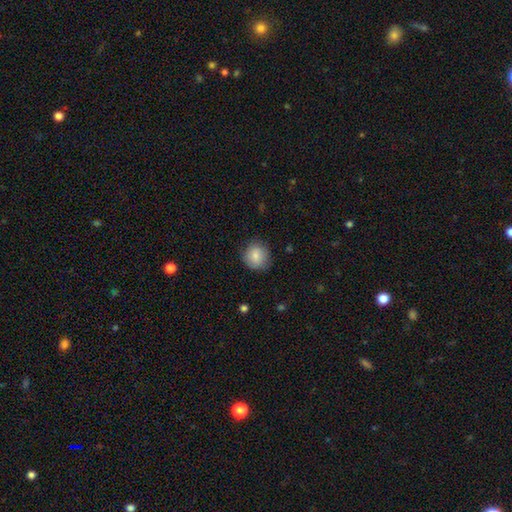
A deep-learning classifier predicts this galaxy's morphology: This is clearly a smooth galaxy (84%). How rounded: clearly round (88%). Merging: clearly none (82%).